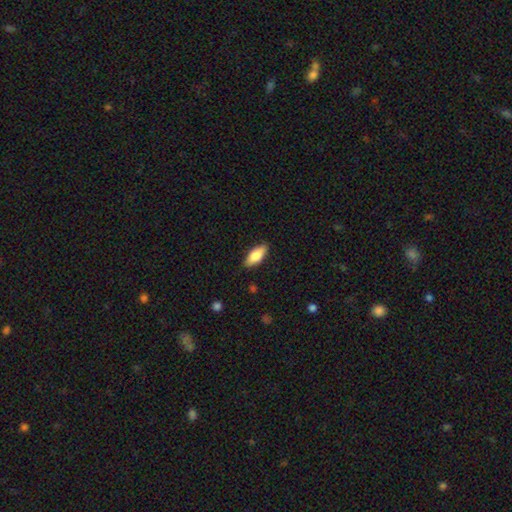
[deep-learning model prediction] This appears to be a smooth galaxy with no disk features (76%) that is in between round and cigar-shaped (81%). Merging: none (87%).